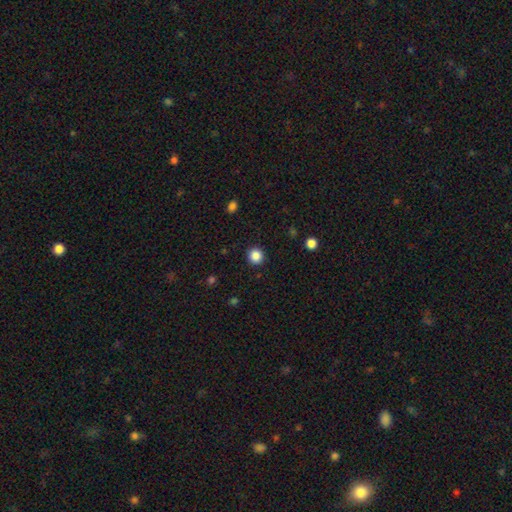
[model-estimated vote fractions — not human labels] Q: Smooth or featured?
A: smooth (86%); runner-up: star or artifact (11%)
Q: How rounded?
A: round (93%); runner-up: in between (6%)
Q: Merging?
A: none (92%); runner-up: minor disturbance (5%)